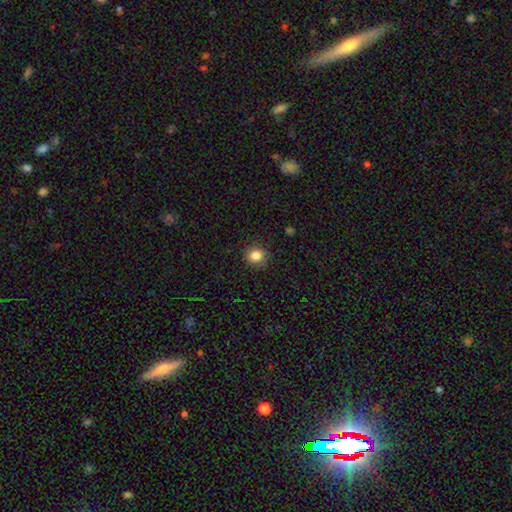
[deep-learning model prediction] Smooth or featured? Predicted: smooth (p=0.85). How rounded? Predicted: round (p=0.81). Merging? Predicted: none (p=0.87).